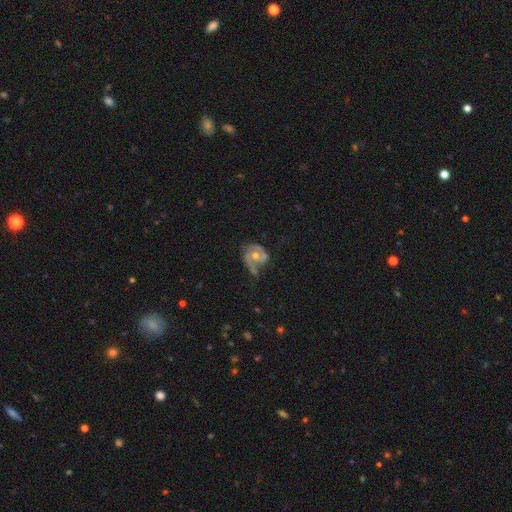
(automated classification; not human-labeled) Smooth or featured? featured or disk (73%)
Edge-on disk? no (97%)
Bar? no (75%)
Spiral arms? yes (79%)
Spiral winding? medium (41%)
Spiral arm count? 2 (51%)
Bulge size? moderate (66%)
Merging? none (39%)